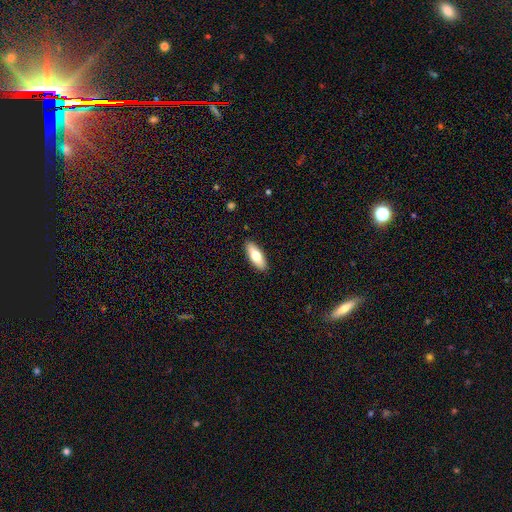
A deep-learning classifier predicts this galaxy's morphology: type=smooth (70%); roundness=in between (71%); merging=none (90%).